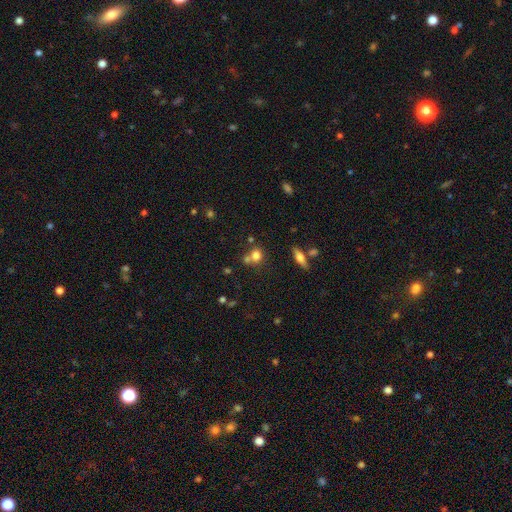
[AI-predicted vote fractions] Smooth or featured? smooth (74%)
How rounded? round (74%)
Merging? none (49%)